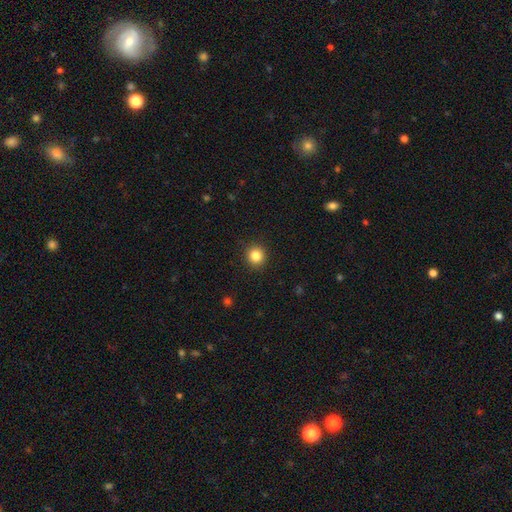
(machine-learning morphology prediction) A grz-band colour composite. It shows a smooth galaxy with no disk features (84%) that is round (93%). Merging: none (92%).